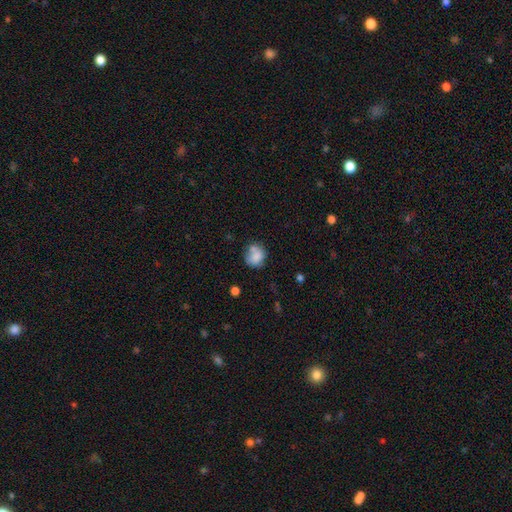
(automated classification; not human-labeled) This is likely a smooth galaxy (77%). How rounded: likely round (71%). Merging: possibly none (48%).